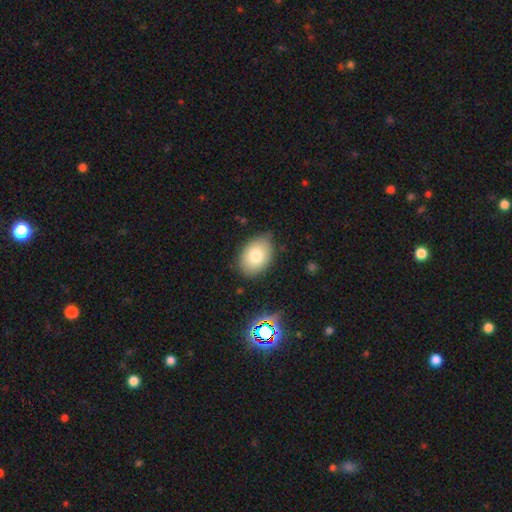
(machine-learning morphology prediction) Overall: smooth (77%). How rounded: in between (82%). Merging: none (81%).